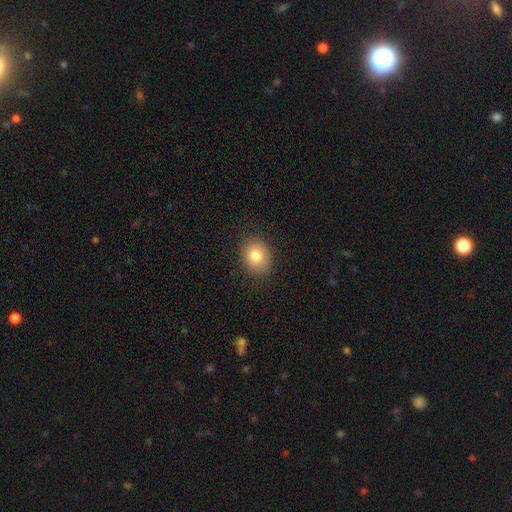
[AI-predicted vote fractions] smooth 81%, star or artifact 10%, featured or disk 9%. Down the decision tree: how rounded — round (62%); merging — none (88%).